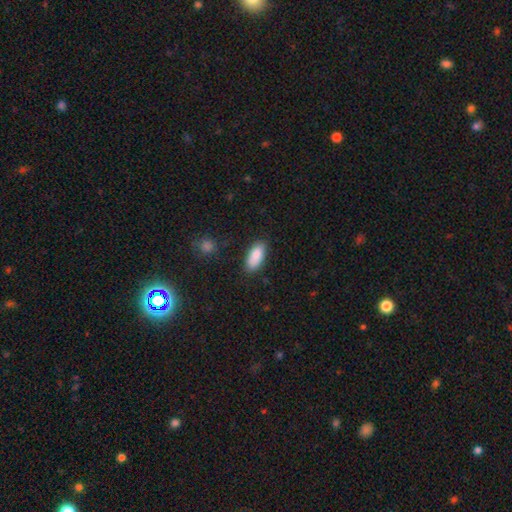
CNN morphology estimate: Q: Smooth or featured?
A: smooth (87%); runner-up: star or artifact (6%)
Q: How rounded?
A: in between (88%); runner-up: cigar-shaped (10%)
Q: Merging?
A: none (82%); runner-up: minor disturbance (13%)